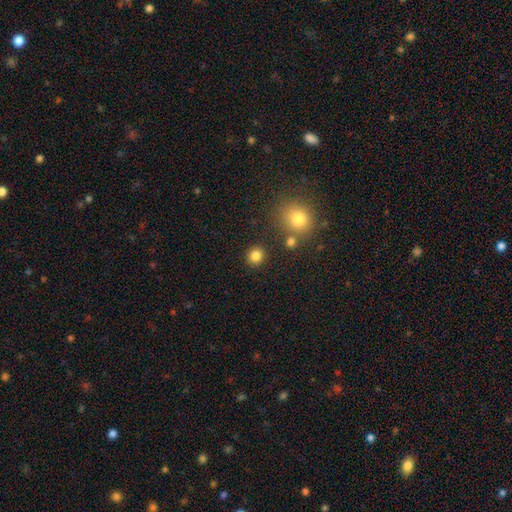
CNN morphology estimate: Q: Smooth or featured?
A: smooth (83%); runner-up: star or artifact (12%)
Q: How rounded?
A: round (88%); runner-up: in between (11%)
Q: Merging?
A: none (86%); runner-up: minor disturbance (7%)